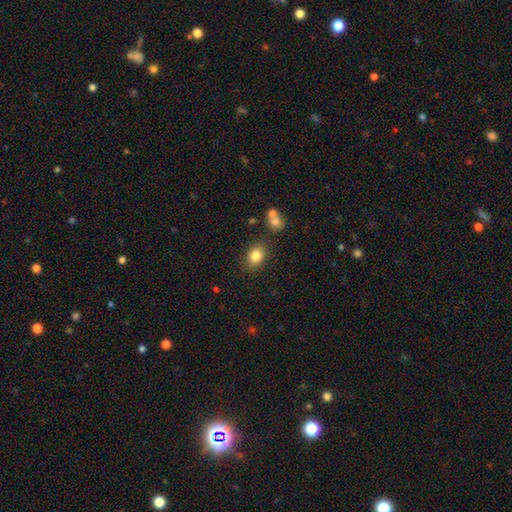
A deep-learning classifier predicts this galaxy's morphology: Smooth or featured?
  - smooth: 83% *
  - star or artifact: 10%
  - featured or disk: 7%
How rounded?
  - in between: 65% *
  - round: 34%
  - cigar-shaped: 1%
Merging?
  - none: 82% *
  - minor disturbance: 10%
  - merger: 4%
  - major disturbance: 3%